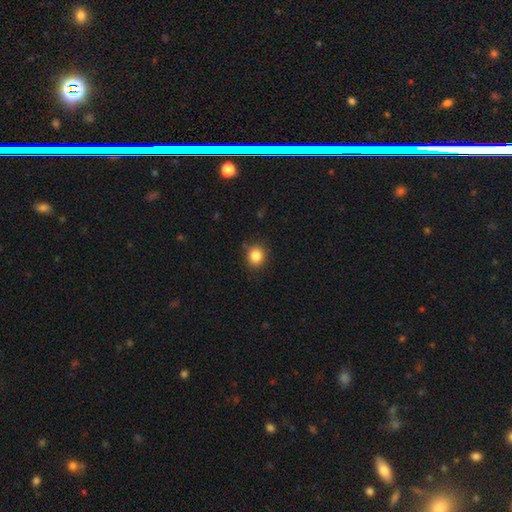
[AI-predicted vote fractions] smooth 84%, star or artifact 11%, featured or disk 5%. Down the decision tree: how rounded — round (83%); merging — none (84%).